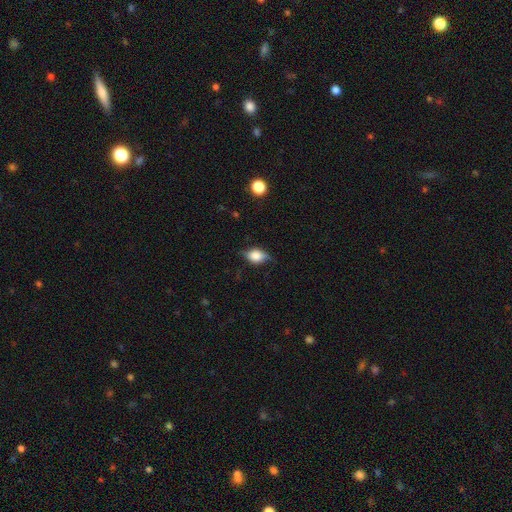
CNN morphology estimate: smooth-or-featured: smooth: 64% | featured or disk: 26% | star or artifact: 9%
  how-rounded: in between: 72% | round: 24% | cigar-shaped: 4%
  merging: none: 67% | minor disturbance: 25% | major disturbance: 6% | merger: 1%